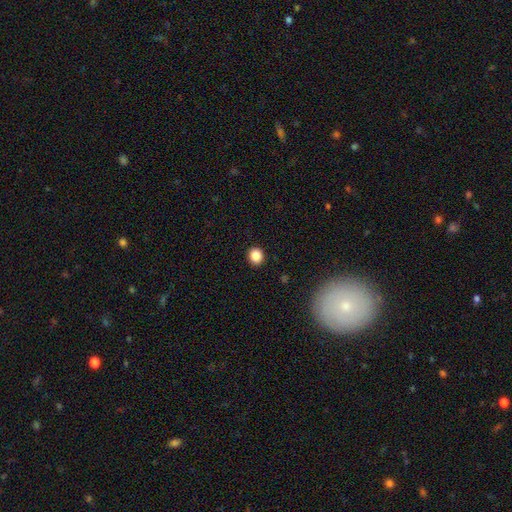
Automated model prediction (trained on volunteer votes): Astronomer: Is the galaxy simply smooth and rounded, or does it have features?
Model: smooth — 86%.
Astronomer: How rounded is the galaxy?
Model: round — 81%.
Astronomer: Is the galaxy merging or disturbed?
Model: none — 92%.